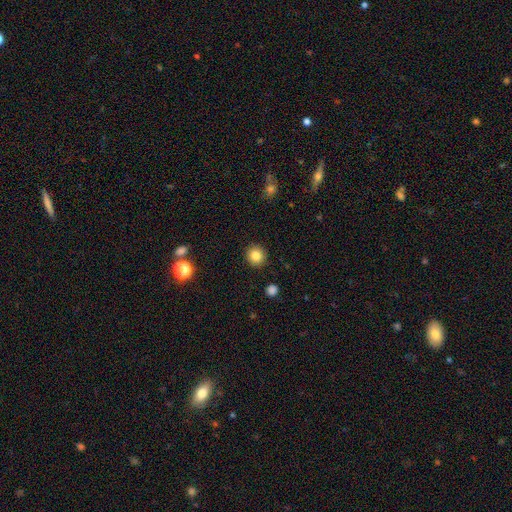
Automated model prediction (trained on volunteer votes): Overall: smooth (83%). How rounded: round (90%). Merging: none (92%).